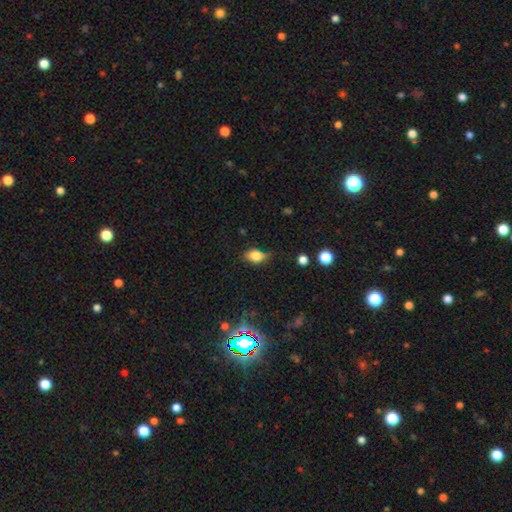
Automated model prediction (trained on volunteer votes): This appears to be a smooth galaxy with no disk features (75%) that is in between round and cigar-shaped (78%). Merging: none (56%).